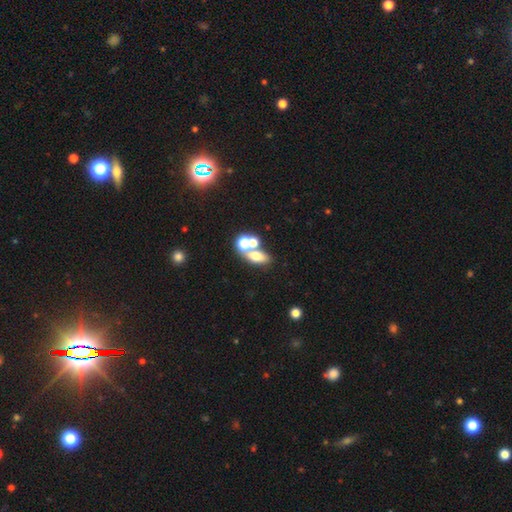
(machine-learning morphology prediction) A smooth galaxy with no disk features (61%) that is in between round and cigar-shaped (69%).

Vote fractions:
- Smooth or featured? smooth: 61% / featured or disk: 23% / star or artifact: 16%
- How rounded? in between: 69% / round: 25% / cigar-shaped: 7%
- Merging? merger: 49% / none: 37% / minor disturbance: 8% / major disturbance: 6%